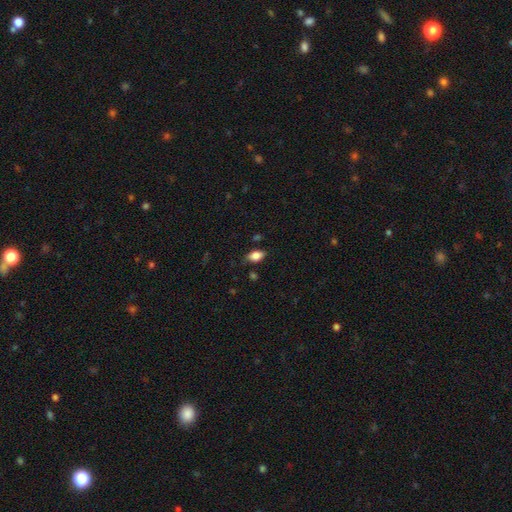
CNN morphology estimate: Overall: smooth (80%). How rounded: in between (89%). Merging: none (76%).